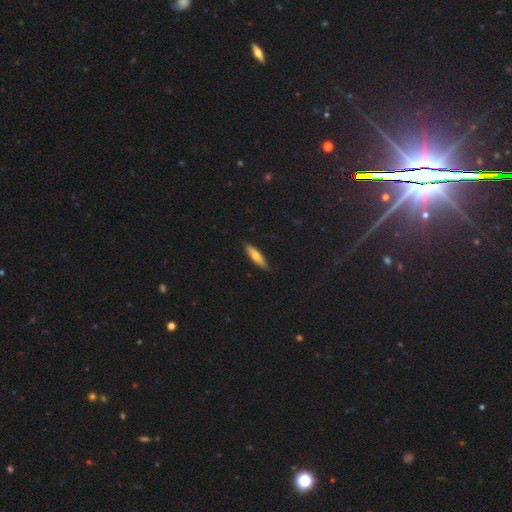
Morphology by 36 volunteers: Overall: smooth (53%; featured or disk 42%). How rounded: cigar-shaped (84%). Merging: none (97%).